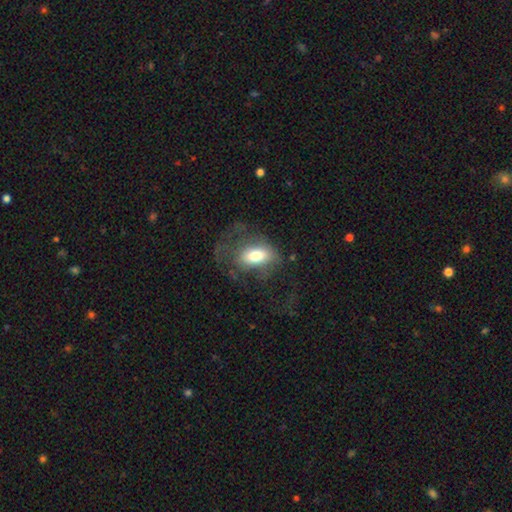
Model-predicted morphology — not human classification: This appears to be a smooth galaxy with no disk features (64%) that is in between round and cigar-shaped (85%). Merging: major disturbance (42%).